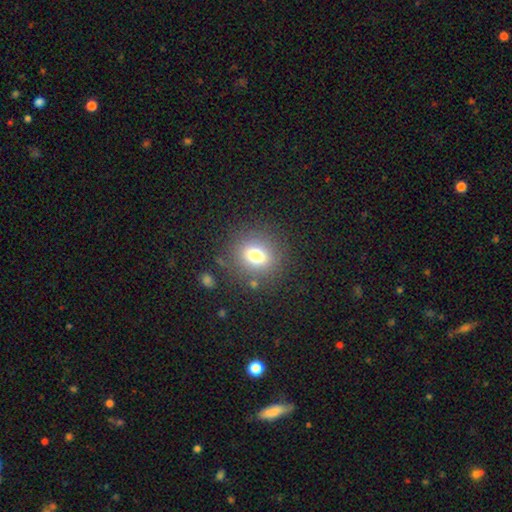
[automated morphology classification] smooth-or-featured: smooth: 73% | star or artifact: 15% | featured or disk: 13%
  how-rounded: round: 80% | in between: 19% | cigar-shaped: 1%
  merging: none: 82% | minor disturbance: 10% | major disturbance: 5% | merger: 3%